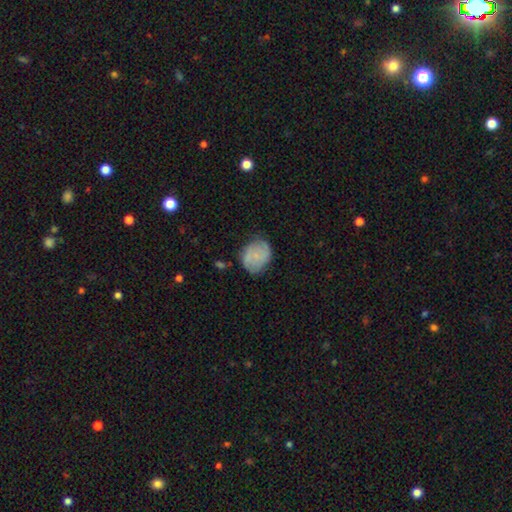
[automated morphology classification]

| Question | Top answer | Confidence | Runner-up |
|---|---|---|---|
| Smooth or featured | smooth | 56% | featured or disk (36%) |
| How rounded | round | 54% | in between (45%) |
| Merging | none | 63% | minor disturbance (28%) |